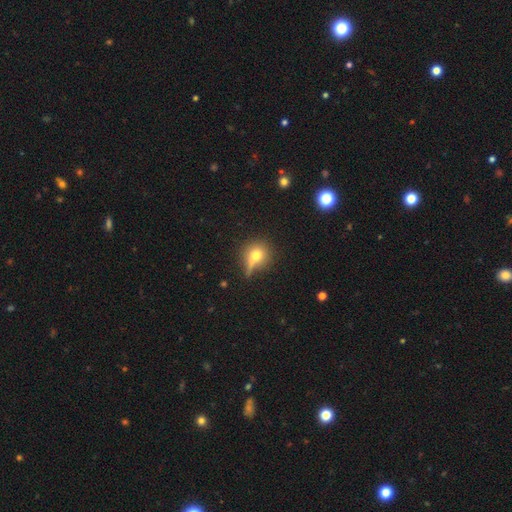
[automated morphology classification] This appears to be a smooth galaxy with no disk features (65%) that is round (81%). Merging: none (50%).